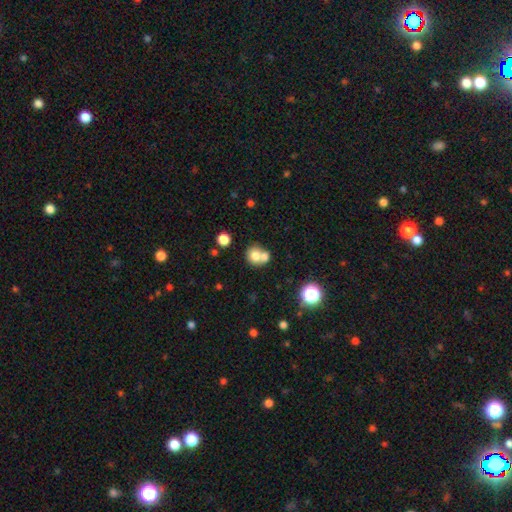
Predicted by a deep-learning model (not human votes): smooth_or_featured: smooth (p=0.74) [alt: featured or disk p=0.15]
how_rounded: round (p=0.82) [alt: in between p=0.17]
merging: merger (p=0.53) [alt: none p=0.38]